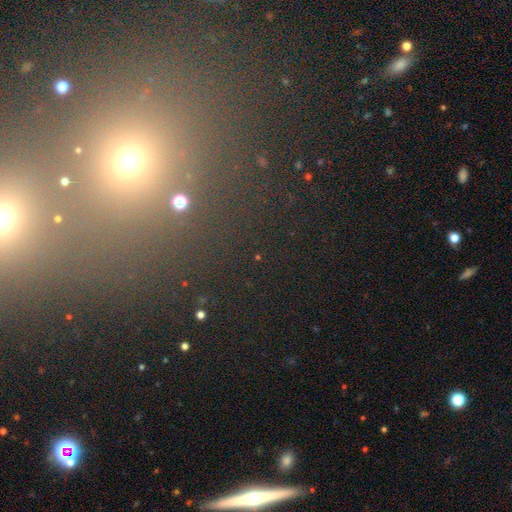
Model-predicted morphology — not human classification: smooth_or_featured: star or artifact (p=0.59) [alt: smooth p=0.30]